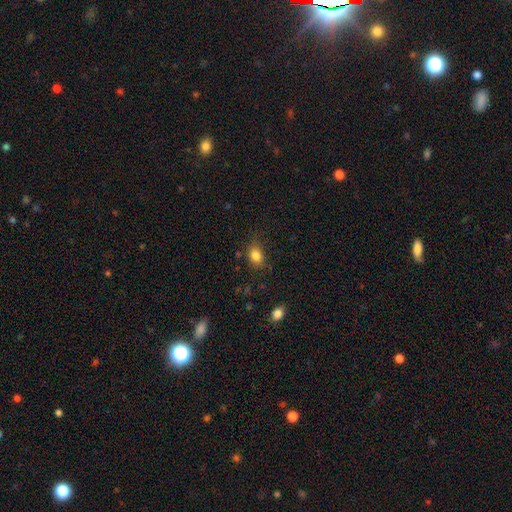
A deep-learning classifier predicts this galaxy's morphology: smooth-or-featured: smooth: 82% | star or artifact: 11% | featured or disk: 6%
  how-rounded: in between: 60% | round: 38% | cigar-shaped: 1%
  merging: none: 74% | minor disturbance: 19% | major disturbance: 5% | merger: 2%